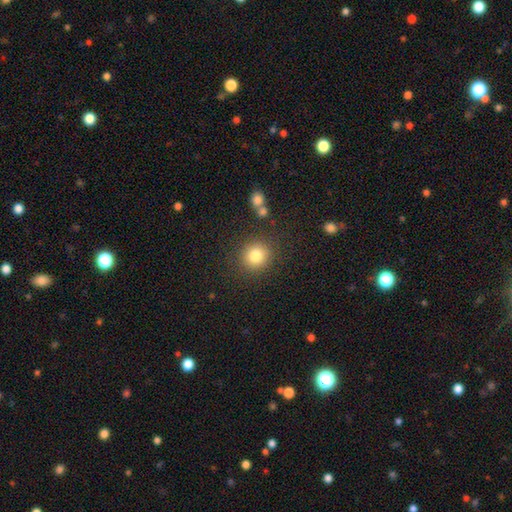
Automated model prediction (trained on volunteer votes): Smooth or featured? smooth (82%)
How rounded? round (88%)
Merging? none (85%)